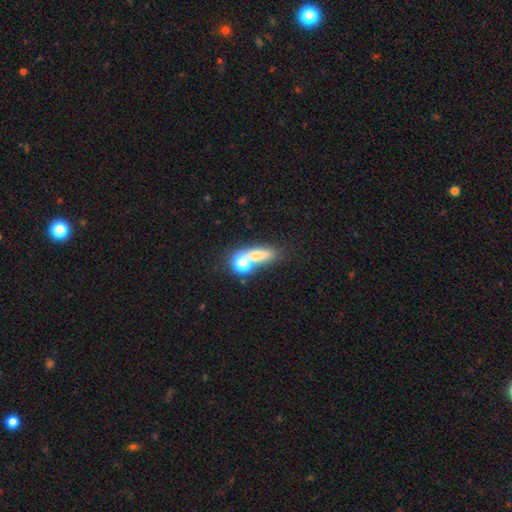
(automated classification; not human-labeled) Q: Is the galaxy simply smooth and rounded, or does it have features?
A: smooth — 60%.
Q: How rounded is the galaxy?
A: in between — 43%.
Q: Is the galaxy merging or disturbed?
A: none — 42%.